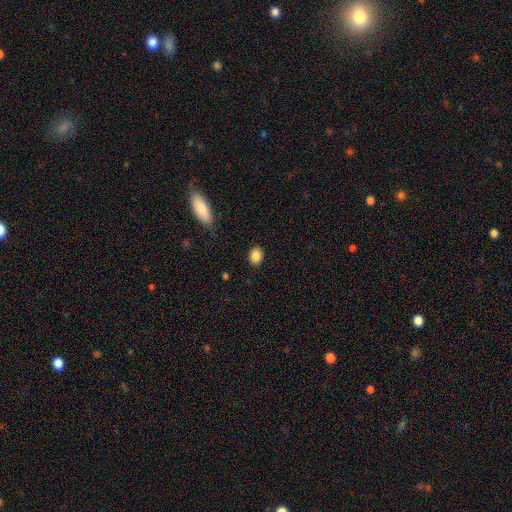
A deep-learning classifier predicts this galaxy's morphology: Q: Smooth or featured?
A: smooth (87%); runner-up: star or artifact (9%)
Q: How rounded?
A: in between (61%); runner-up: round (38%)
Q: Merging?
A: none (87%); runner-up: minor disturbance (9%)